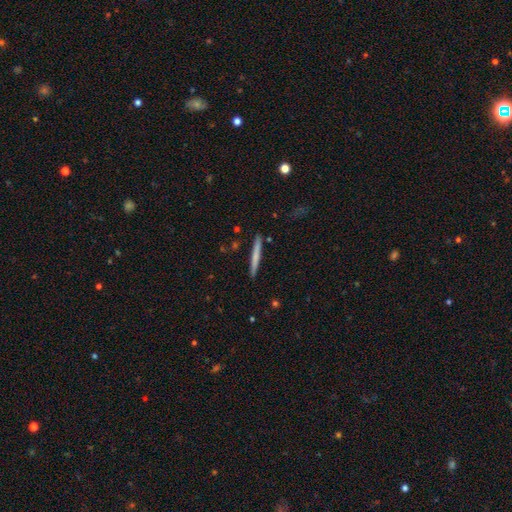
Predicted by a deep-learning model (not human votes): This appears to be a smooth galaxy with no disk features (63%) that is cigar-shaped (97%). Merging: none (91%).